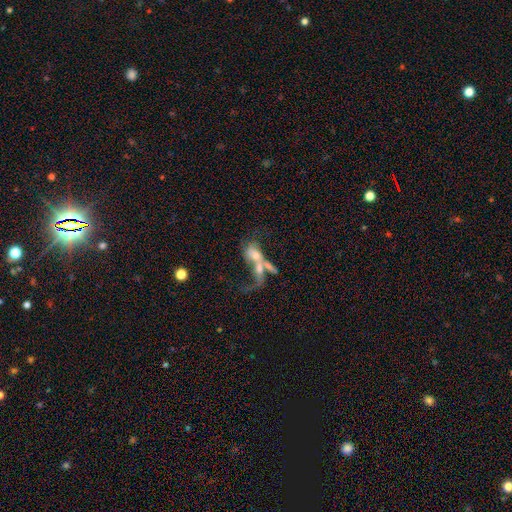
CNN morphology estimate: Smooth or featured: featured or disk — 51% (smooth — 38%)
Edge-on disk: no — 87% (yes — 13%)
Merging: merger — 66% (major disturbance — 17%)